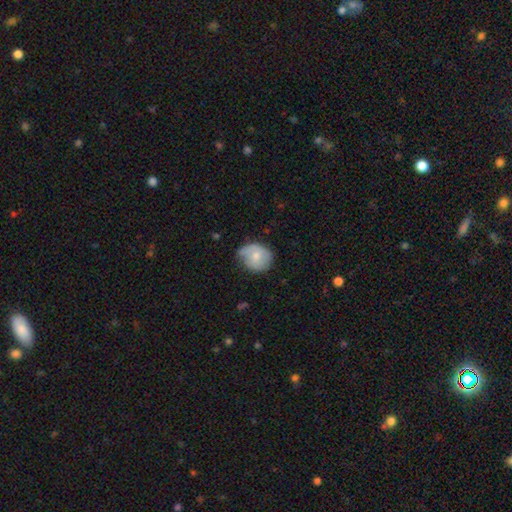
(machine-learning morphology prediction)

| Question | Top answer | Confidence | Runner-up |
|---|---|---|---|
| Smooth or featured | smooth | 64% | featured or disk (29%) |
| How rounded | round | 69% | in between (30%) |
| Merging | none | 49% | minor disturbance (39%) |